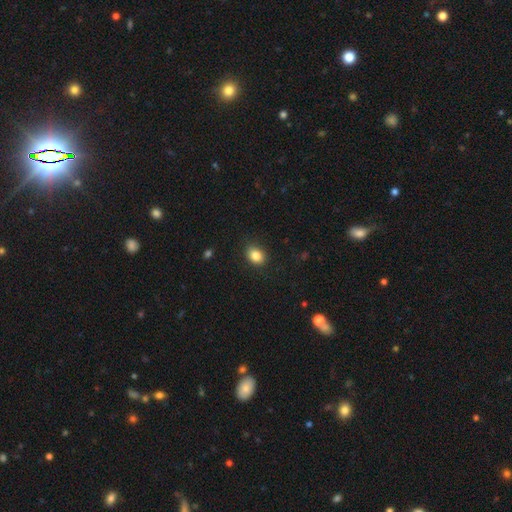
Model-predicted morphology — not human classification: smooth 85%, star or artifact 9%, featured or disk 6%. Down the decision tree: how rounded — in between (57%); merging — none (87%).